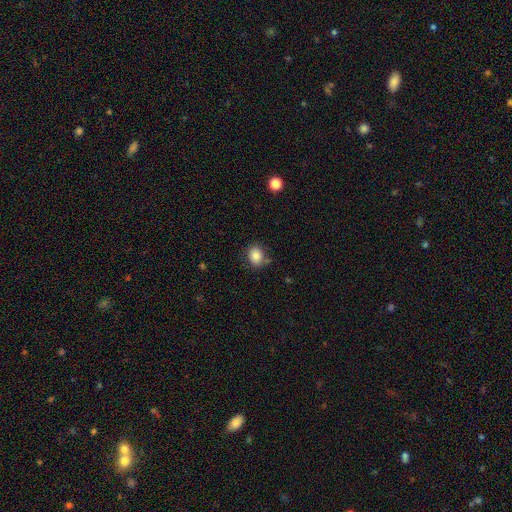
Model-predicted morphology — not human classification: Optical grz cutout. It shows a smooth galaxy with no disk features (83%) that is round (53%). Merging: none (74%).